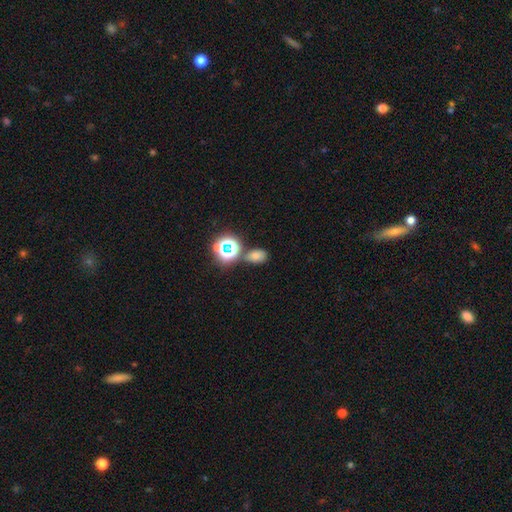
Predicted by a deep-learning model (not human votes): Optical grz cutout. It shows a smooth galaxy with no disk features (63%) that is in between round and cigar-shaped (78%). Merging: none (71%).